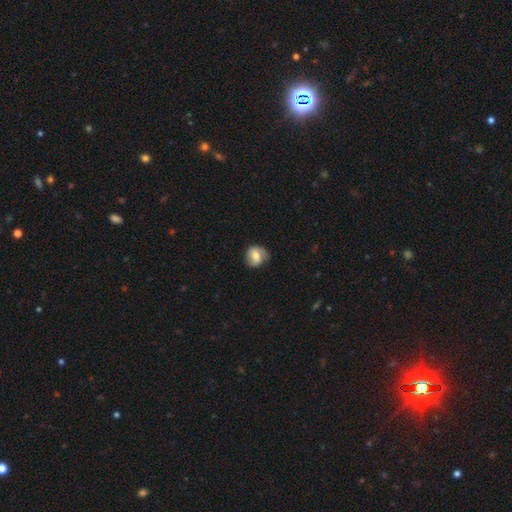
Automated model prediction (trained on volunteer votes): smooth-or-featured: smooth: 50% | featured or disk: 42% | star or artifact: 8%
  how-rounded: round: 68% | in between: 31% | cigar-shaped: 1%
  merging: none: 62% | minor disturbance: 26% | major disturbance: 11% | merger: 2%